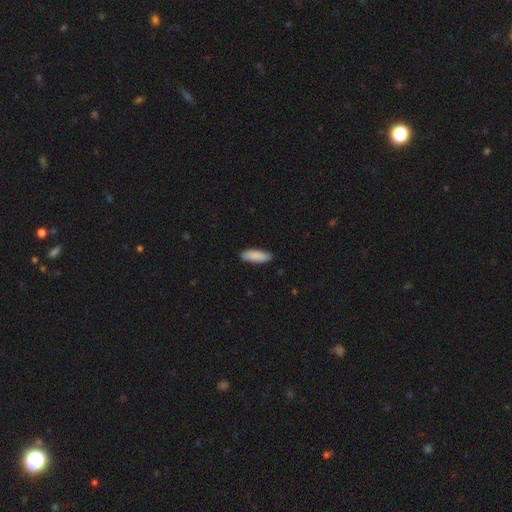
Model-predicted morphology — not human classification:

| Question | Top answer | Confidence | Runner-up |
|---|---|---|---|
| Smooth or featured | smooth | 89% | featured or disk (6%) |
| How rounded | in between | 57% | cigar-shaped (42%) |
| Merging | none | 86% | minor disturbance (11%) |